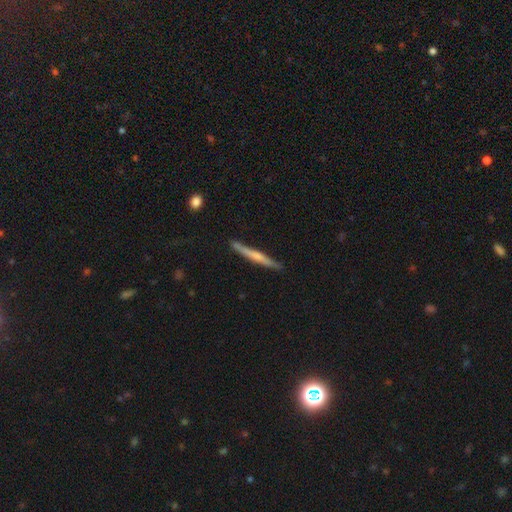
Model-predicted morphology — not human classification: Smooth or featured: featured or disk — 52% (smooth — 43%)
Edge-on disk: yes — 97% (no — 3%)
Edge-on bulge: none — 47% (rounded — 40%)
Merging: none — 84% (minor disturbance — 12%)